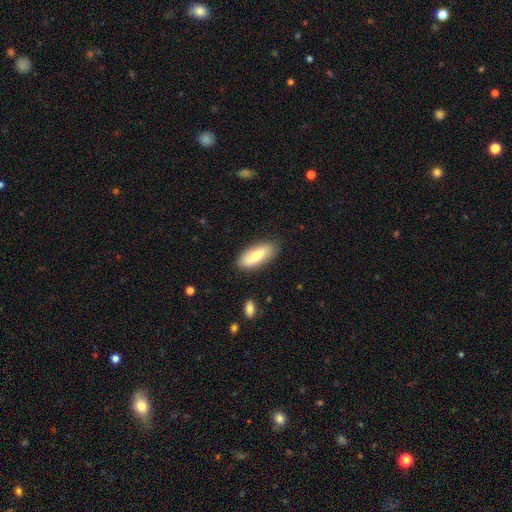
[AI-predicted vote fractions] smooth 65%, featured or disk 29%, star or artifact 6%. Down the decision tree: how rounded — in between (78%); merging — none (84%).